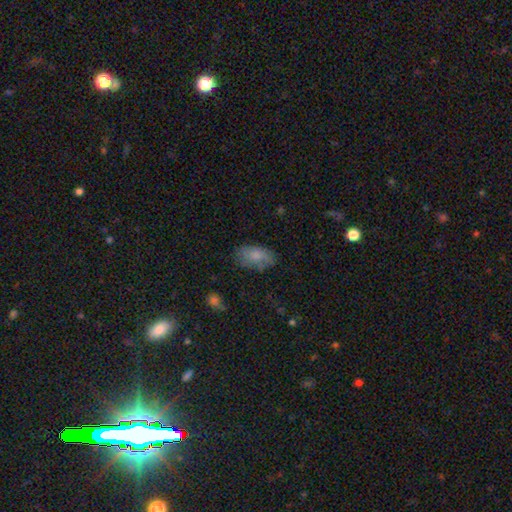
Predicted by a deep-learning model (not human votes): Overall: smooth (77%). How rounded: in between (92%). Merging: none (69%).